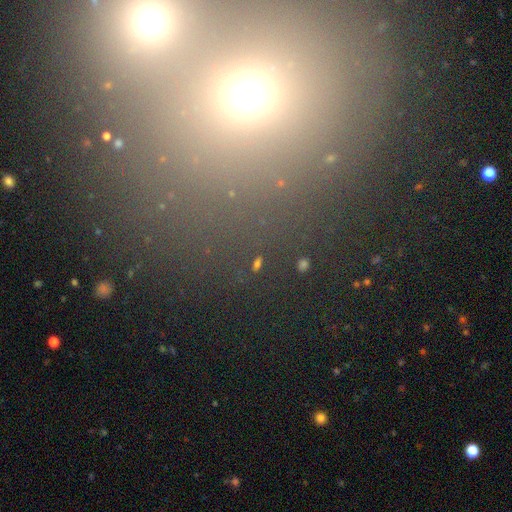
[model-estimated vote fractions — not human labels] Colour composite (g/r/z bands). It shows a star or artifact, not a galaxy (44%, tied with smooth).